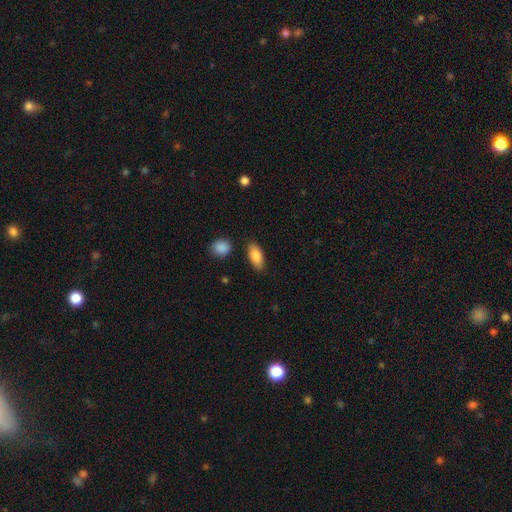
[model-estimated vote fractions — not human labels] Overall: smooth (86%). How rounded: in between (86%). Merging: none (85%).